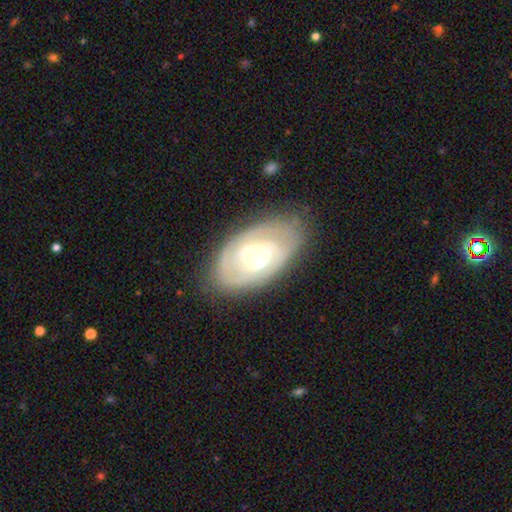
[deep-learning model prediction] A featured or disk galaxy (78%) with no bar (53%), tight (69%) spiral arms (89%) and a moderate central bulge (62%).

Vote fractions:
- Smooth or featured? featured or disk: 78% / smooth: 16% / star or artifact: 5%
- Edge-on disk? no: 94% / yes: 6%
- Bar? no: 53% / weak: 37% / strong: 10%
- Spiral arms? yes: 89% / no: 11%
- Spiral winding? tight: 69% / medium: 25% / loose: 6%
- Spiral arm count? can't tell: 37% / 2: 34% / 3: 17% / 4: 5% / 1: 4% / more than 4: 3%
- Bulge size? moderate: 62% / small: 30% / large: 6% / none: 1% / dominant: 1%
- Merging? none: 76% / minor disturbance: 18% / major disturbance: 5% / merger: 1%